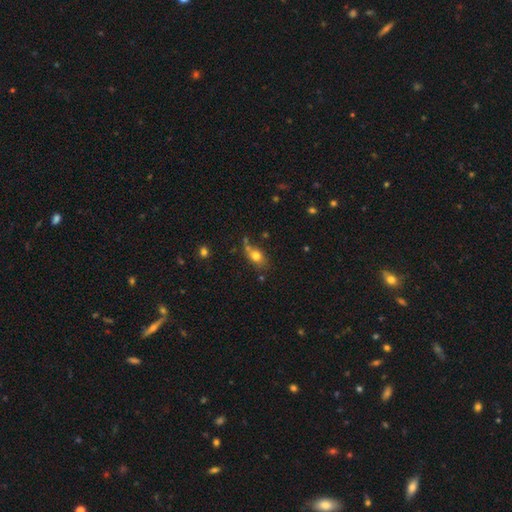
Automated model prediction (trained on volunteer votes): Smooth or featured: smooth — 76% (featured or disk — 13%)
How rounded: in between — 70% (round — 26%)
Merging: none — 57% (minor disturbance — 21%)